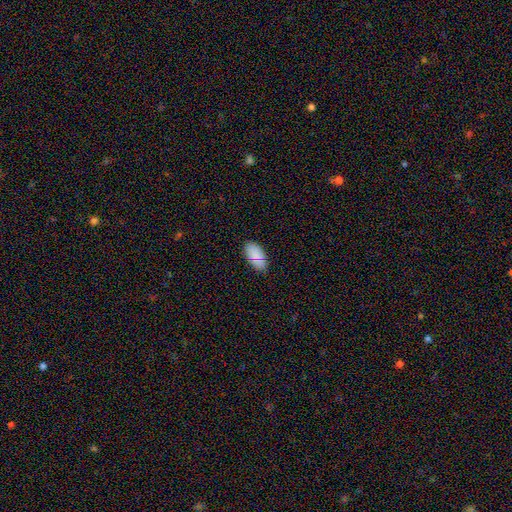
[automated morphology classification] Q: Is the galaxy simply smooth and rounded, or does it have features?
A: smooth — 84%.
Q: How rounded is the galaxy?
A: in between — 95%.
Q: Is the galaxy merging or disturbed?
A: none — 86%.